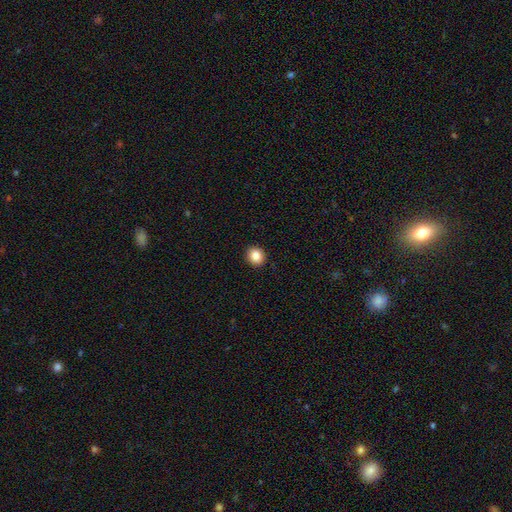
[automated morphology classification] smooth_or_featured: smooth (p=0.86) [alt: star or artifact p=0.09]
how_rounded: round (p=0.76) [alt: in between p=0.23]
merging: none (p=0.92) [alt: minor disturbance p=0.05]